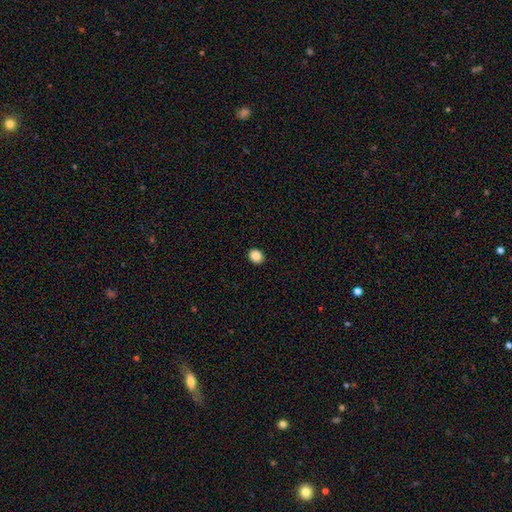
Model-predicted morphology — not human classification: A smooth galaxy with no disk features (87%) that is round (60%). Merging: none (92%).